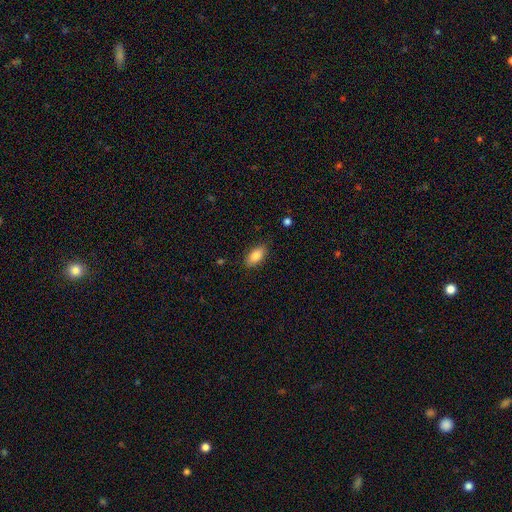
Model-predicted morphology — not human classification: smooth_or_featured: smooth (p=0.84) [alt: featured or disk p=0.08]
how_rounded: in between (p=0.90) [alt: cigar-shaped p=0.06]
merging: none (p=0.85) [alt: minor disturbance p=0.11]